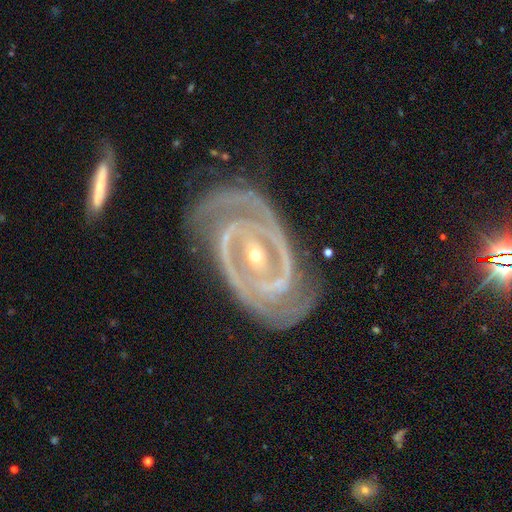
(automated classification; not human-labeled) Morphology: type=featured or disk (92%); edge-on=no (96%); bar=strong (47%); spiral arms=yes (98%); winding=tight (63%); arm count=2 (70%); bulge=small (73%); merging=none (72%).